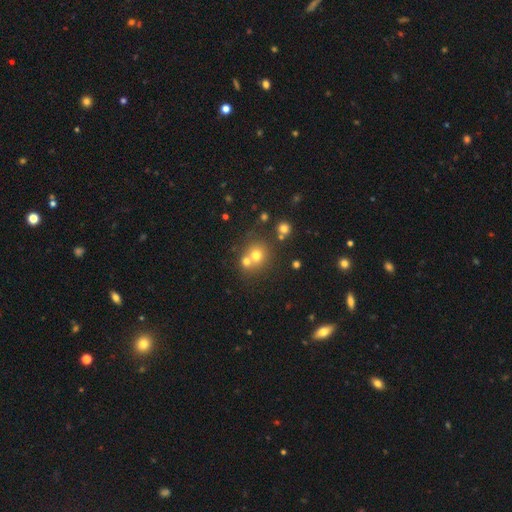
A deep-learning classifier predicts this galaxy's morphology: This is likely a smooth galaxy (69%). How rounded: clearly round (83%). Merging: possibly none (51%).